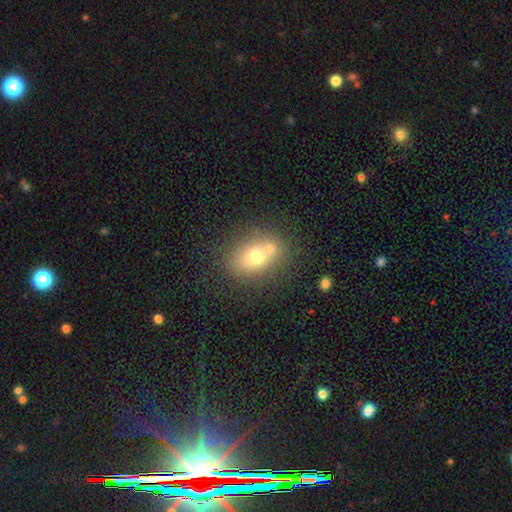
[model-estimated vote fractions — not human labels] This appears to be a smooth galaxy with no disk features (68%) that is in between round and cigar-shaped (62%). Merging: none (54%).